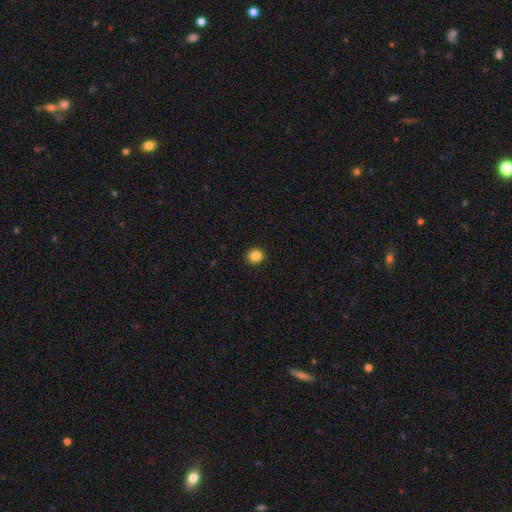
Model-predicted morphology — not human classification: Q: Smooth or featured?
A: smooth (85%); runner-up: star or artifact (11%)
Q: How rounded?
A: round (86%); runner-up: in between (13%)
Q: Merging?
A: none (92%); runner-up: minor disturbance (5%)